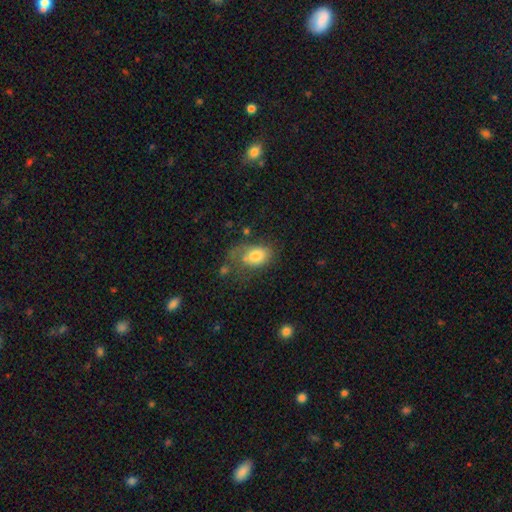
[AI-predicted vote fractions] Morphology: type=smooth (74%); roundness=in between (82%); merging=none (38%).